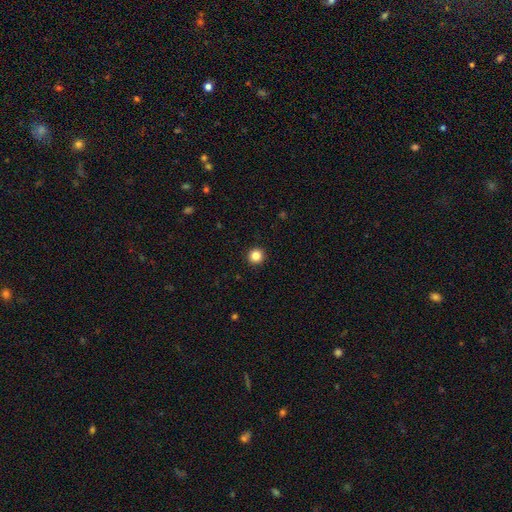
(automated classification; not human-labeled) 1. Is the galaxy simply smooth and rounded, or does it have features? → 84% smooth, 11% star or artifact, 4% featured or disk.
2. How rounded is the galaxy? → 96% round, 3% in between, 1% cigar-shaped.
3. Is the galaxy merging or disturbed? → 94% none, 4% minor disturbance, 1% major disturbance, 1% merger.